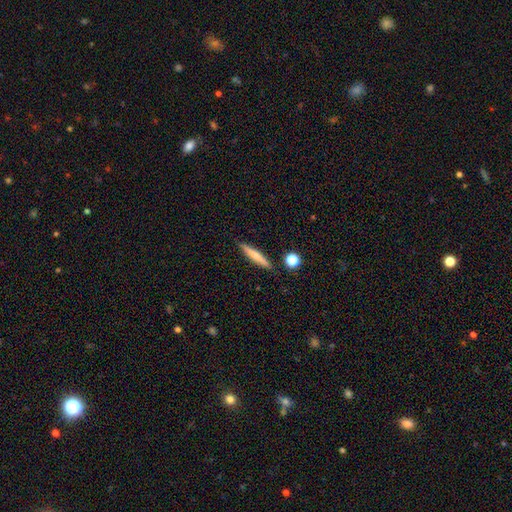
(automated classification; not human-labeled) Q: Smooth or featured?
A: smooth (68%); runner-up: featured or disk (26%)
Q: How rounded?
A: cigar-shaped (92%); runner-up: in between (6%)
Q: Merging?
A: none (88%); runner-up: minor disturbance (8%)